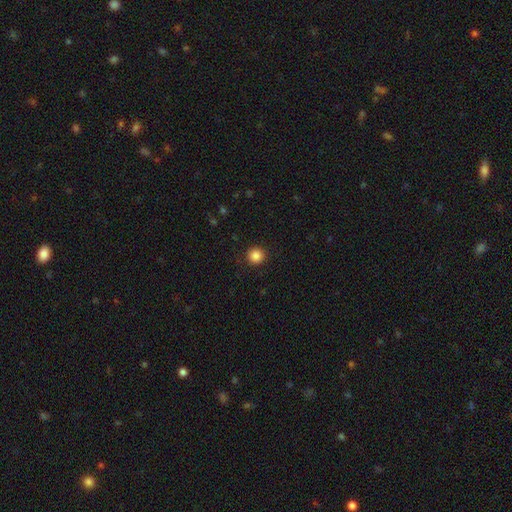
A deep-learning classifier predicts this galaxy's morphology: Overall: smooth (86%). How rounded: round (95%). Merging: none (92%).